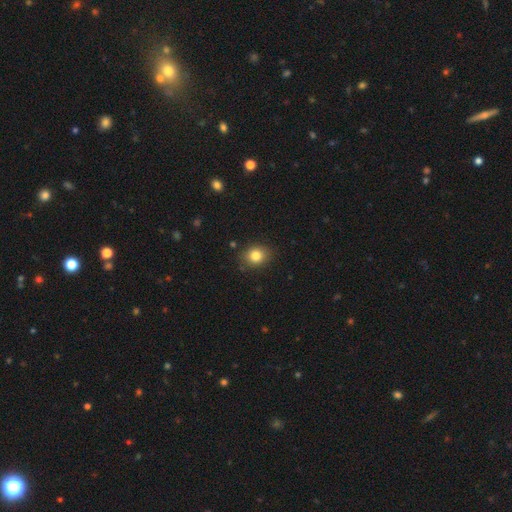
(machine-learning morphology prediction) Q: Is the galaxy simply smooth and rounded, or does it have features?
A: smooth — 83%.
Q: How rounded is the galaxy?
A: round — 61%.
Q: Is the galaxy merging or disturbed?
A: none — 85%.